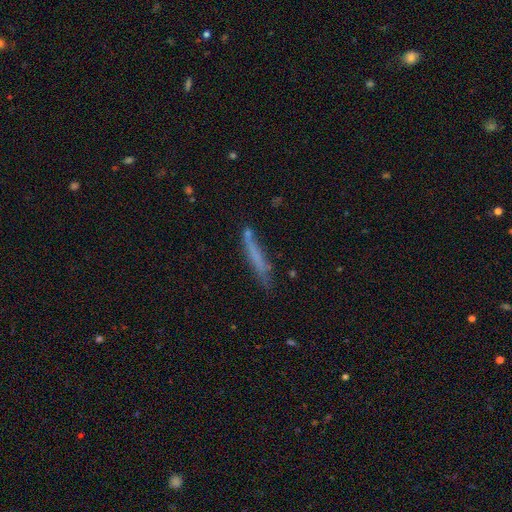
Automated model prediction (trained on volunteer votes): Overall: smooth (60%; featured or disk 31%). How rounded: cigar-shaped (93%). Merging: none (65%).